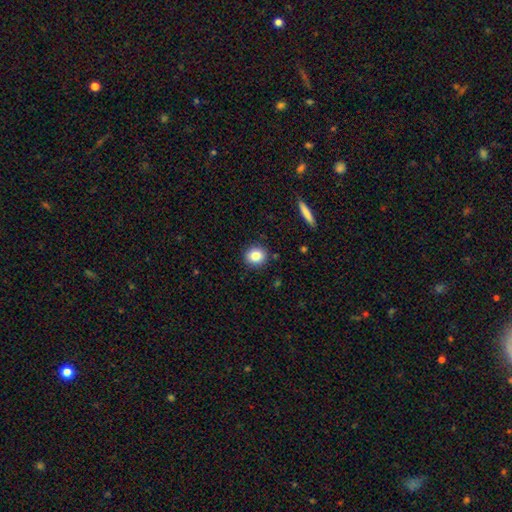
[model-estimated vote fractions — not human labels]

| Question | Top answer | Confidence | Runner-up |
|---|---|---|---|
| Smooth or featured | smooth | 83% | star or artifact (10%) |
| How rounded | round | 84% | in between (15%) |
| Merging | none | 90% | minor disturbance (7%) |